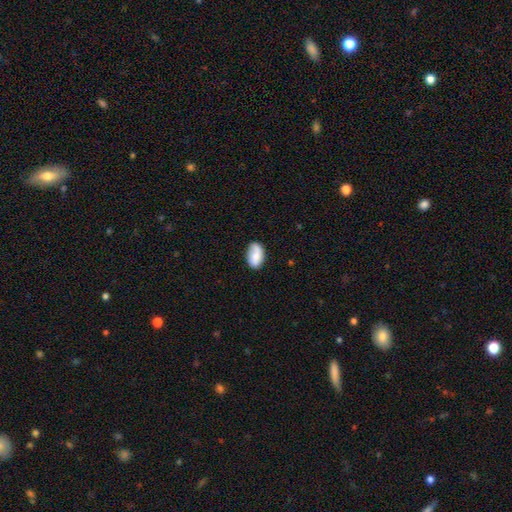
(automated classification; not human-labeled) smooth 71%, featured or disk 22%, star or artifact 7%. Down the decision tree: how rounded — in between (91%); merging — none (72%).